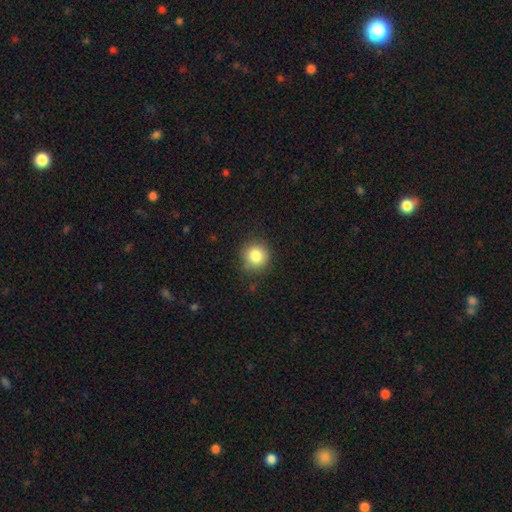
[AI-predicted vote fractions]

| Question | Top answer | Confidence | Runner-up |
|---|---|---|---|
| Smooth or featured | smooth | 84% | star or artifact (10%) |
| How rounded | round | 92% | in between (7%) |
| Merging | none | 84% | minor disturbance (12%) |